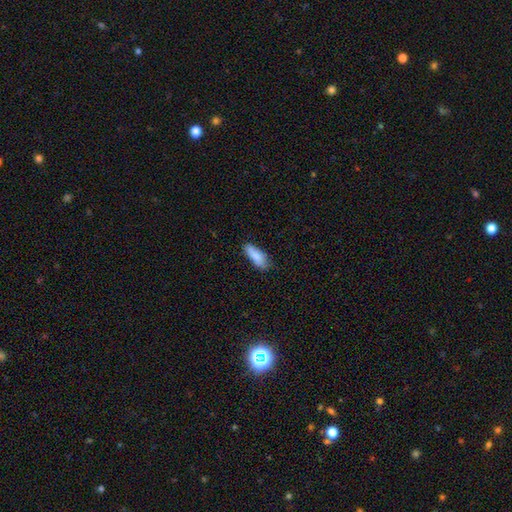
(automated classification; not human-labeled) Q: Smooth or featured?
A: smooth (86%); runner-up: featured or disk (8%)
Q: How rounded?
A: in between (64%); runner-up: cigar-shaped (34%)
Q: Merging?
A: none (69%); runner-up: minor disturbance (25%)